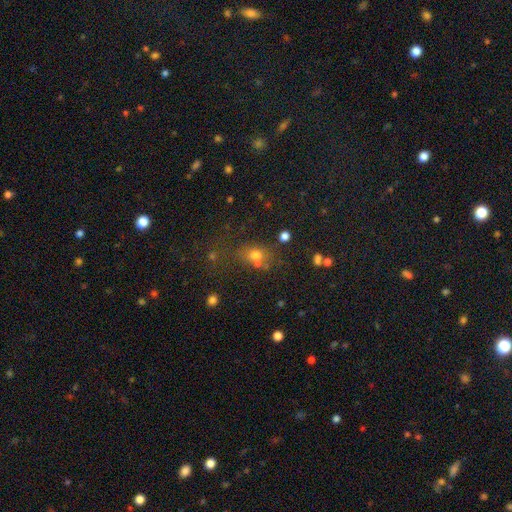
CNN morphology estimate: type=smooth (67%); roundness=round (51%); merging=none (56%).